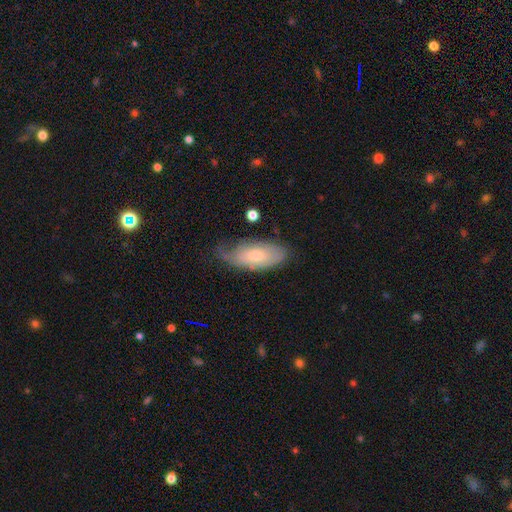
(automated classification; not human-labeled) This appears to be a smooth galaxy with no disk features (60%) that is in between round and cigar-shaped (88%). Merging: none (51%).